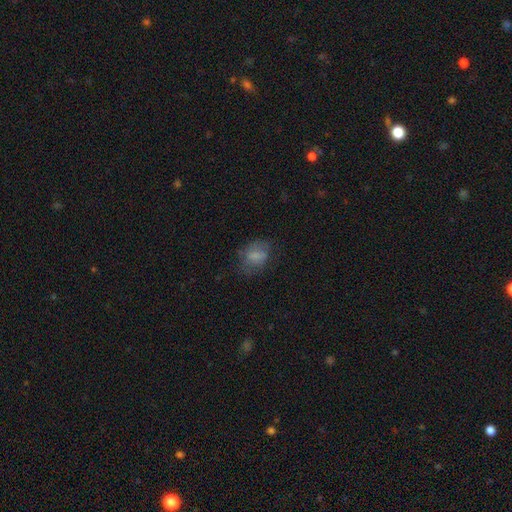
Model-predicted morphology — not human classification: Overall: smooth (69%). How rounded: in between (68%; round 30%). Merging: none (57%; minor disturbance 24%).